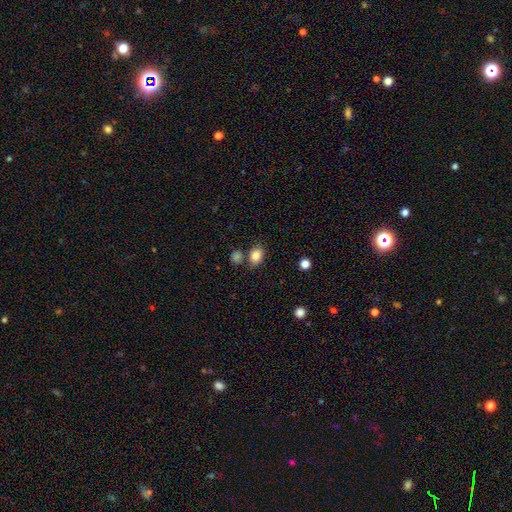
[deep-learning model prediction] Morphology: type=smooth (85%); roundness=in between (75%); merging=none (73%).